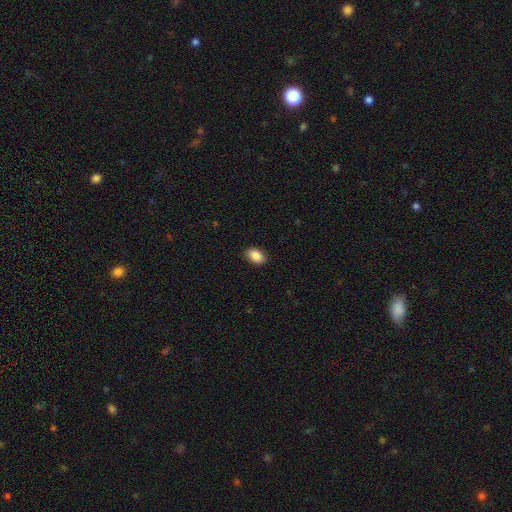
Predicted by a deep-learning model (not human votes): Q: Smooth or featured?
A: smooth (88%); runner-up: star or artifact (7%)
Q: How rounded?
A: in between (88%); runner-up: round (11%)
Q: Merging?
A: none (88%); runner-up: minor disturbance (9%)